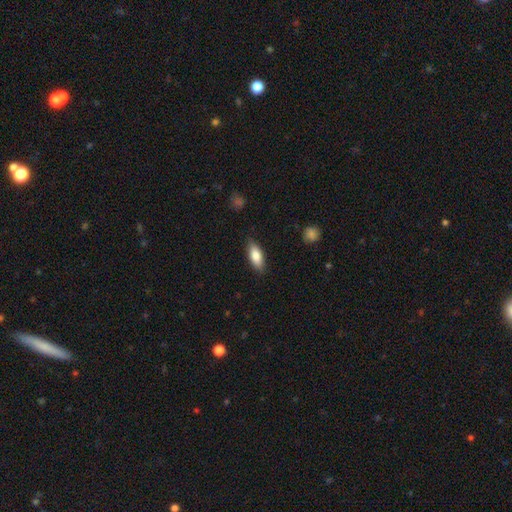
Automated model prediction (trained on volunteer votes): Morphology: type=smooth (80%); roundness=in between (77%); merging=none (84%).